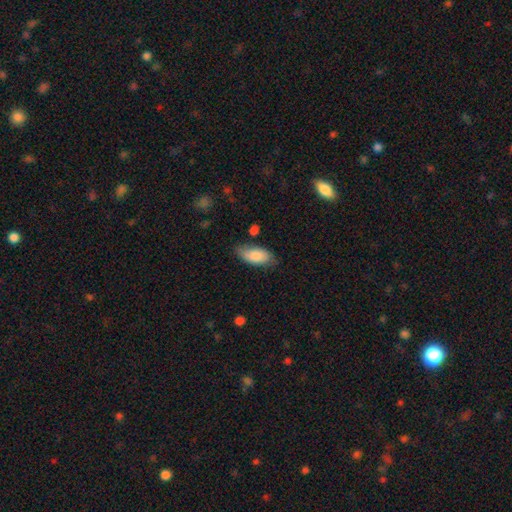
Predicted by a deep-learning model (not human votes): smooth-or-featured: smooth: 82% | featured or disk: 12% | star or artifact: 6%
  how-rounded: in between: 90% | cigar-shaped: 8% | round: 2%
  merging: none: 72% | minor disturbance: 21% | major disturbance: 4% | merger: 3%